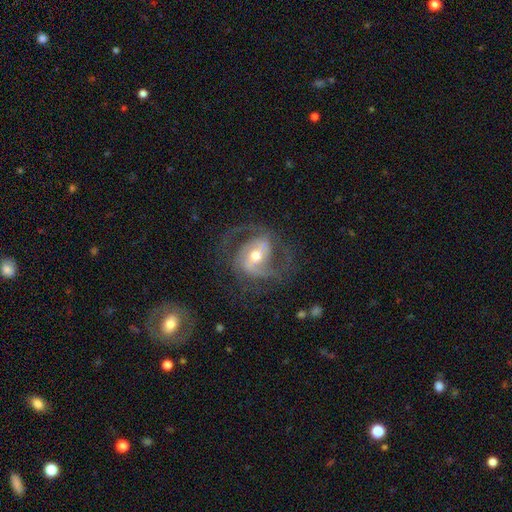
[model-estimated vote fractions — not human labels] featured or disk 86%, smooth 8%, star or artifact 5%. Down the decision tree: edge-on disk — no (97%); bar — weak (42%); spiral arms — yes (94%); spiral arm count — 2 (77%); spiral winding — medium (54%); bulge size — moderate (69%); merging — none (68%).